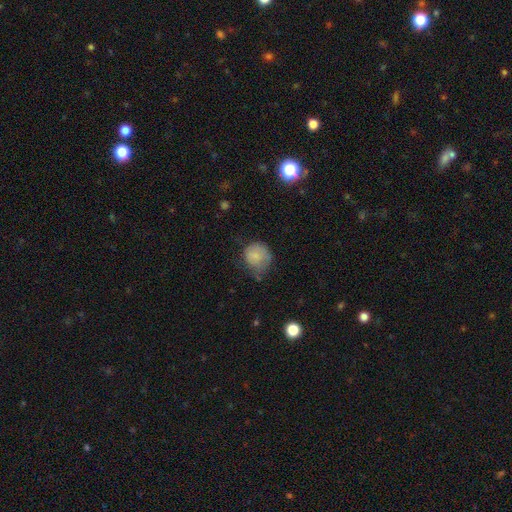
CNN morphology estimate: smooth 78%, featured or disk 13%, star or artifact 9%. Down the decision tree: how rounded — round (82%); merging — none (44%).